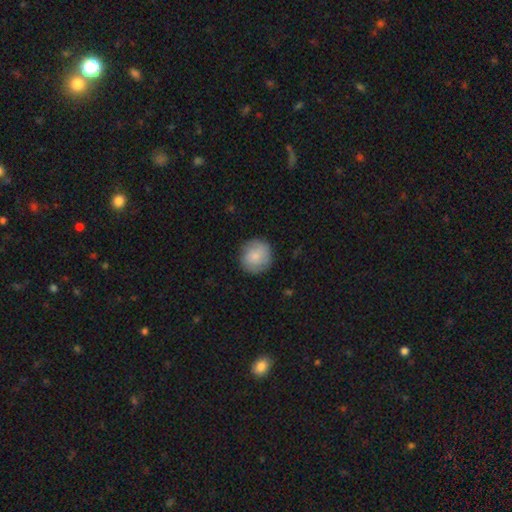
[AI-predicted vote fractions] Smooth or featured? smooth (79%)
How rounded? round (91%)
Merging? none (82%)